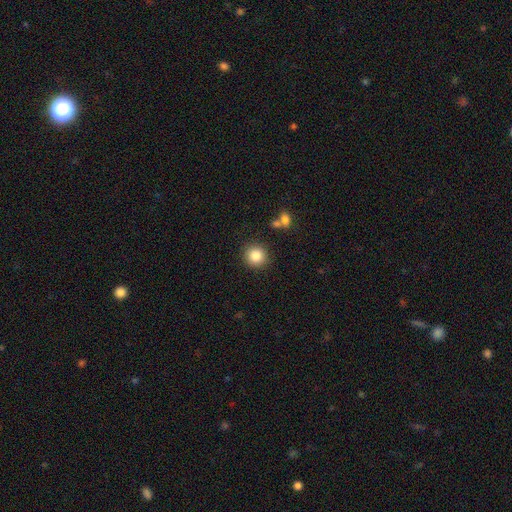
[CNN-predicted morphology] type=smooth (85%); roundness=round (92%); merging=none (87%).